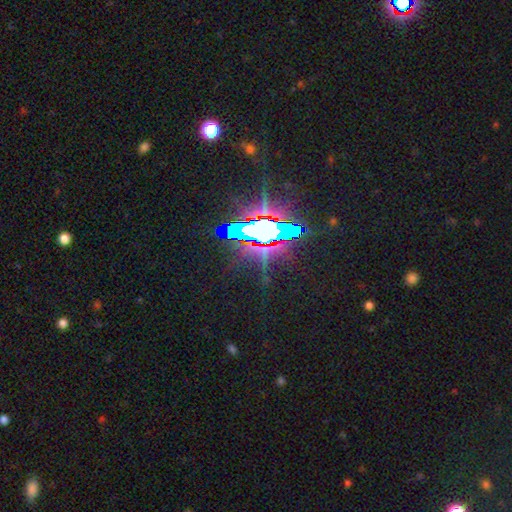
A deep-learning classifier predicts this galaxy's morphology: Q: Smooth or featured?
A: star or artifact (82%); runner-up: featured or disk (10%)